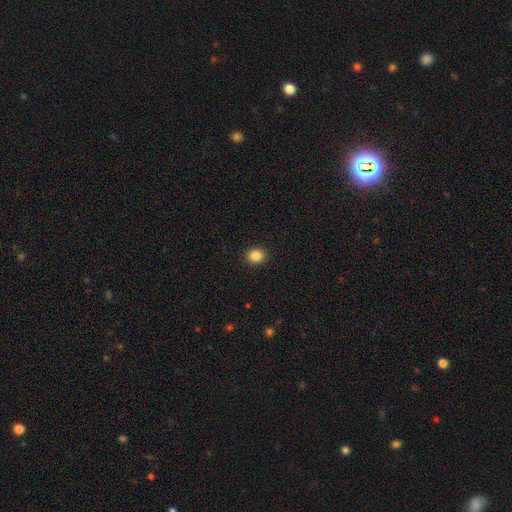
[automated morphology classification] This is clearly a smooth galaxy (85%). How rounded: likely round (75%). Merging: clearly none (92%).